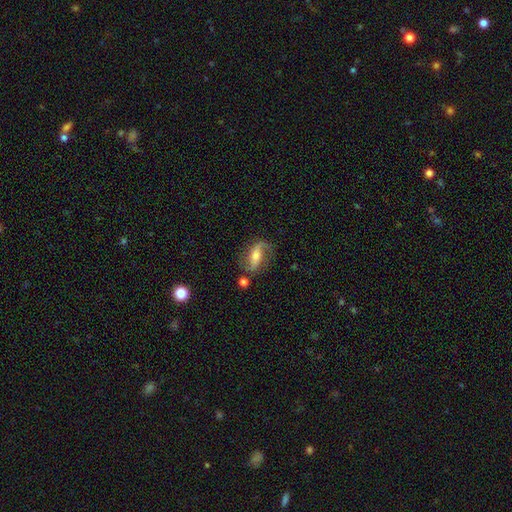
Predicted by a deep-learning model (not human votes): smooth-or-featured: featured or disk: 71% | smooth: 21% | star or artifact: 8%
  disk-edge-on: no: 88% | yes: 12%
    bar: strong: 39% | no: 31% | weak: 30%
    has-spiral-arms: yes: 88% | no: 12%
      spiral-winding: loose: 59% | medium: 28% | tight: 12%
      spiral-arm-count: 2: 82% | 1: 11% | can't tell: 5% | 3: 1% | 4: 1% | more than 4: 1%
    bulge-size: moderate: 58% | small: 32% | large: 6% | none: 3% | dominant: 2%
  merging: none: 68% | minor disturbance: 18% | major disturbance: 9% | merger: 5%